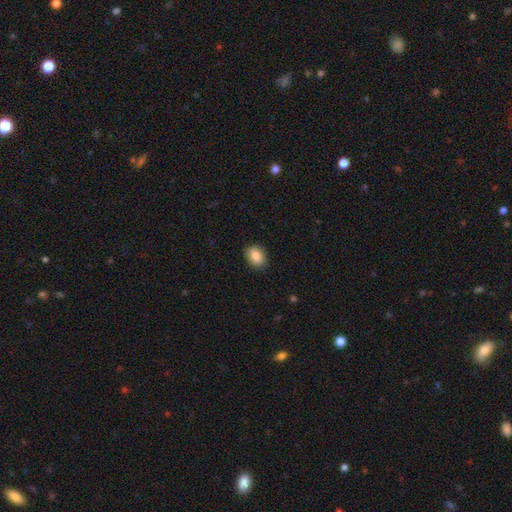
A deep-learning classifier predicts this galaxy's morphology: Smooth or featured: smooth — 87% (star or artifact — 7%)
How rounded: in between — 78% (round — 21%)
Merging: none — 88% (minor disturbance — 9%)